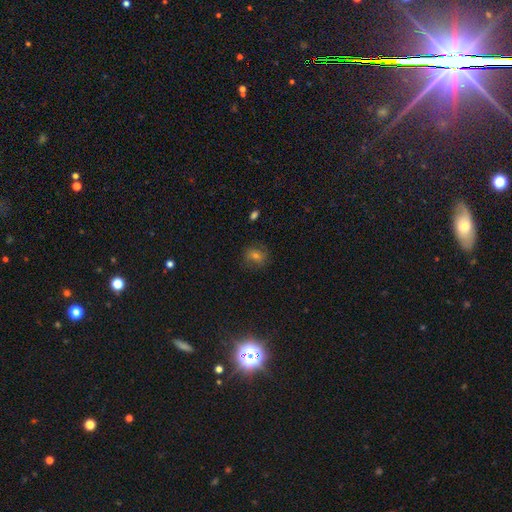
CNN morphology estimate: This appears to be a smooth galaxy with no disk features (48%). Merging: none (80%).